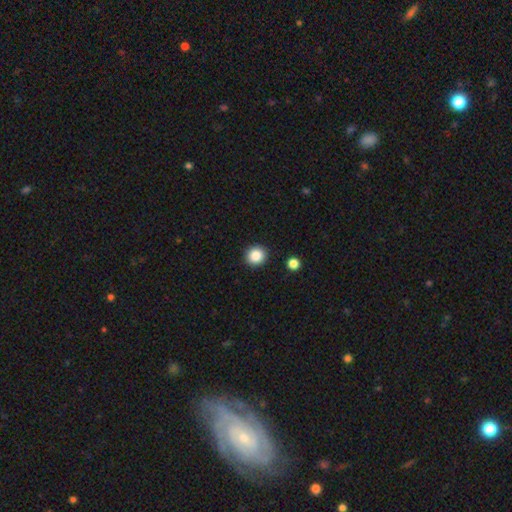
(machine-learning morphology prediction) Smooth or featured? smooth (86%)
How rounded? round (92%)
Merging? none (91%)